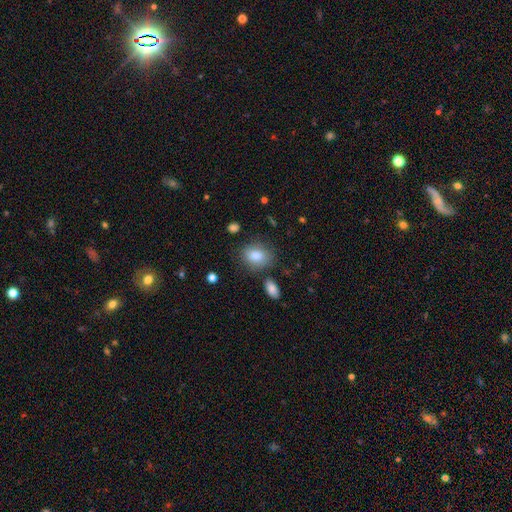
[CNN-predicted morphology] This appears to be a smooth galaxy with no disk features (83%) that is in between round and cigar-shaped (50%). Merging: none (78%).